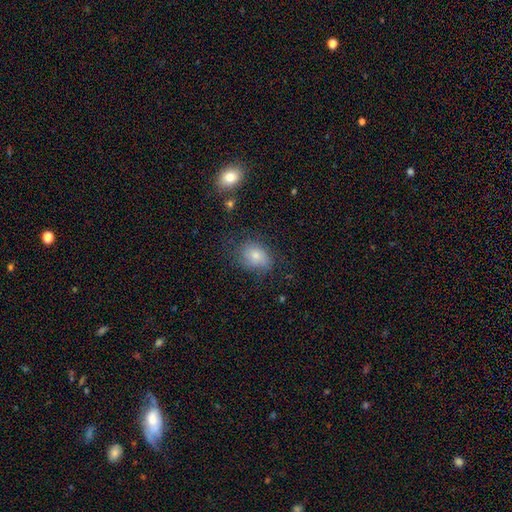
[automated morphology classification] This is likely a smooth galaxy (74%). How rounded: possibly in between (57%). Merging: likely none (63%).